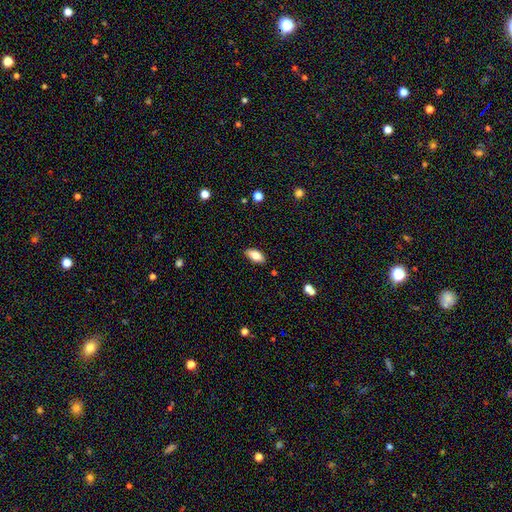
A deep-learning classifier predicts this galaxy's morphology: smooth_or_featured: smooth (p=0.81) [alt: featured or disk p=0.12]
how_rounded: in between (p=0.91) [alt: cigar-shaped p=0.06]
merging: none (p=0.86) [alt: minor disturbance p=0.10]